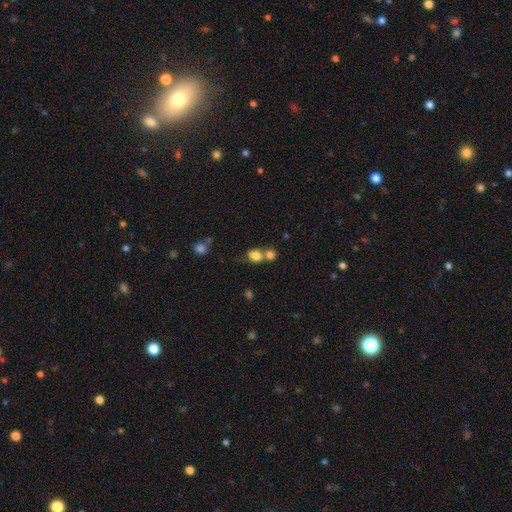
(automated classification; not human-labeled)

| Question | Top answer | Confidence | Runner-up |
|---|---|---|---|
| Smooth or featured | smooth | 80% | star or artifact (11%) |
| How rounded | round | 63% | in between (36%) |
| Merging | merger | 47% | none (39%) |